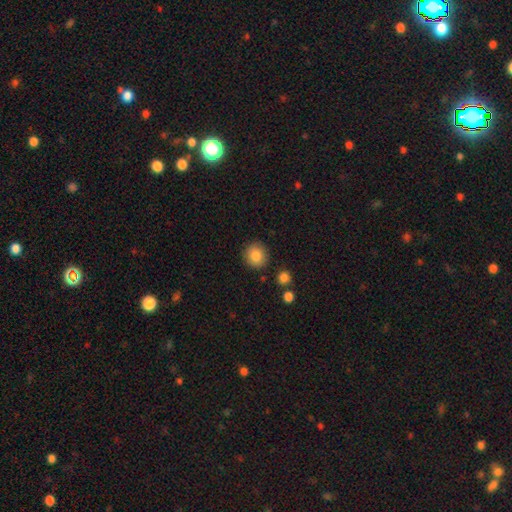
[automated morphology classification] This is clearly a smooth galaxy (85%). How rounded: clearly round (88%). Merging: clearly none (88%).